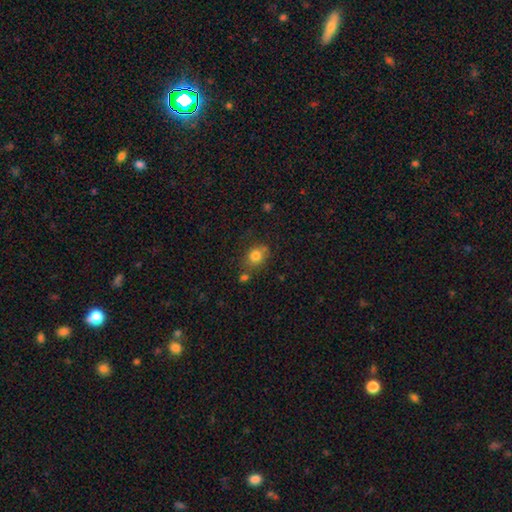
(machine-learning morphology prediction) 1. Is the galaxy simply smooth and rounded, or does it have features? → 80% smooth, 11% star or artifact, 9% featured or disk.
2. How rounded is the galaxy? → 60% round, 39% in between, 1% cigar-shaped.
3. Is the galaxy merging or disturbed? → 64% none, 19% minor disturbance, 11% merger, 6% major disturbance.